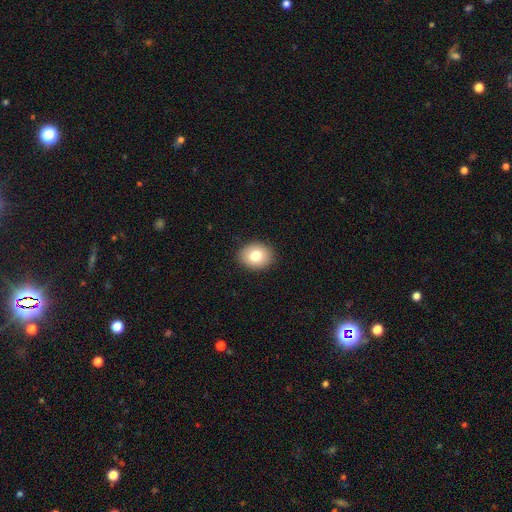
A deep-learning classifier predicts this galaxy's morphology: A smooth galaxy with no disk features (79%) that is round (56%). Merging: none (90%).